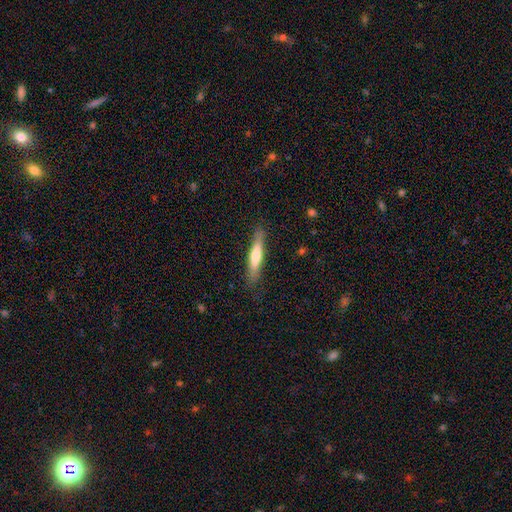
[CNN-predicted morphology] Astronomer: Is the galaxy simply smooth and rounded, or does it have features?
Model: smooth — 56% (runner-up: featured or disk, 39%).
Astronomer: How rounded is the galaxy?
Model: cigar-shaped — 91%.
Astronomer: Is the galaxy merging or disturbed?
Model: none — 86%.